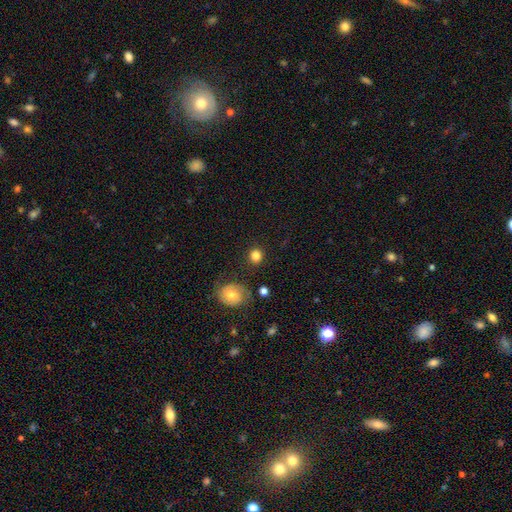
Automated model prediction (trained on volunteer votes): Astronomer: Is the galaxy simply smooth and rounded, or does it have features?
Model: smooth — 83%.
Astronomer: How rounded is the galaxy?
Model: round — 86%.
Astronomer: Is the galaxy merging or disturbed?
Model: none — 85%.